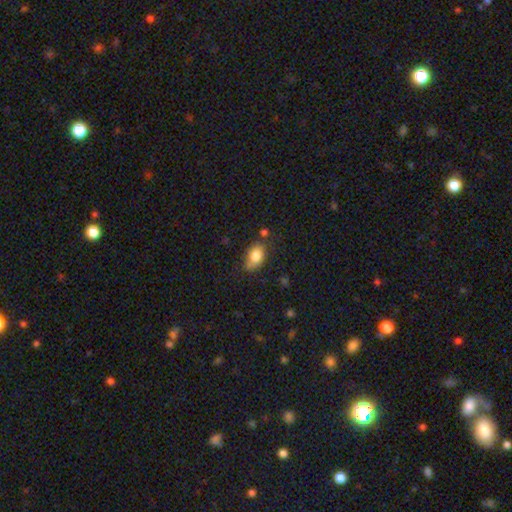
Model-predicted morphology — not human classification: smooth_or_featured: smooth (p=0.81) [alt: featured or disk p=0.10]
how_rounded: in between (p=0.83) [alt: round p=0.14]
merging: none (p=0.61) [alt: minor disturbance p=0.26]